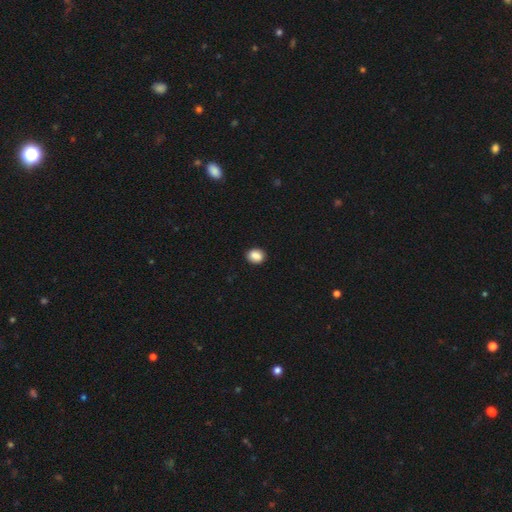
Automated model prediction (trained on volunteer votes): This appears to be a smooth galaxy with no disk features (88%) that is in between round and cigar-shaped (56%). Merging: none (89%).